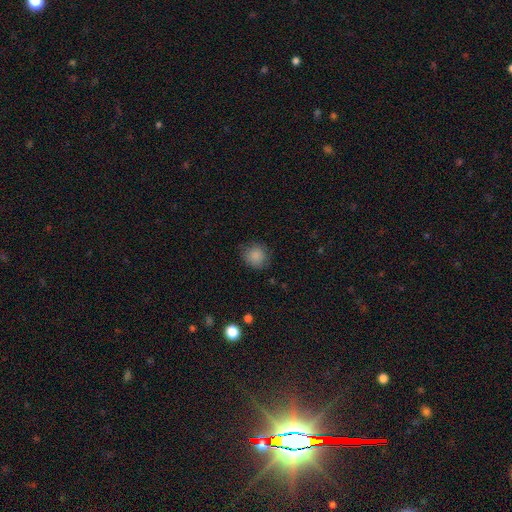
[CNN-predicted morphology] This appears to be a smooth galaxy with no disk features (87%) that is round (85%). Merging: none (78%).